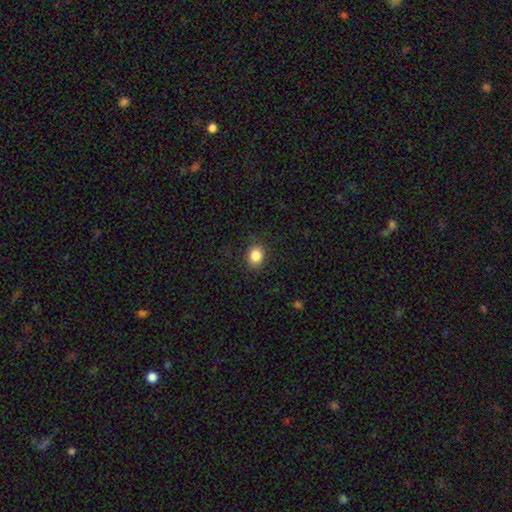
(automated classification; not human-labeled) Morphology: type=smooth (85%); roundness=round (56%); merging=none (87%).